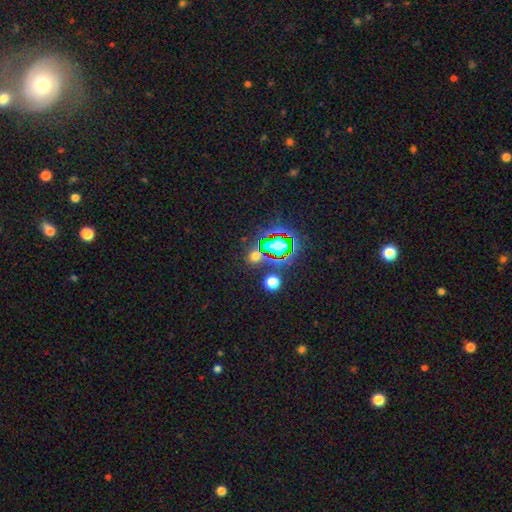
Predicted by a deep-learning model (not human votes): This appears to be a star or artifact, not a galaxy (46%, tied with smooth).